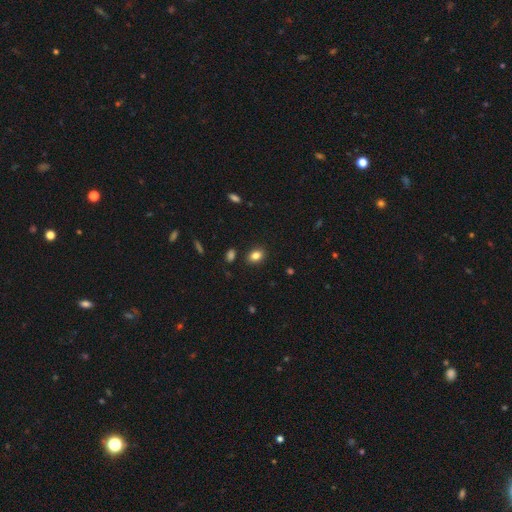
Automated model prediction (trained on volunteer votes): Morphology: type=smooth (83%); roundness=in between (74%); merging=none (86%).